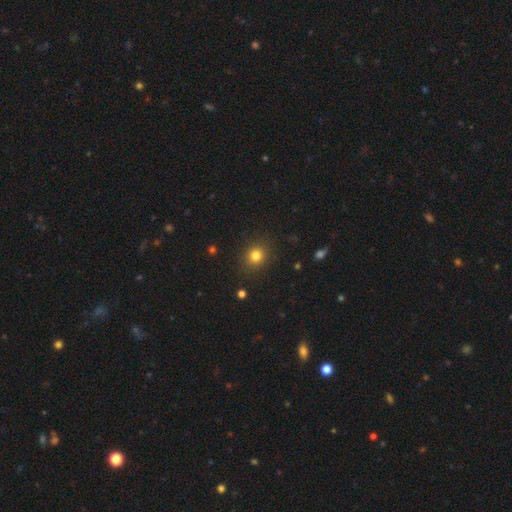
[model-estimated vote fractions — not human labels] Morphology: type=smooth (81%); roundness=round (80%); merging=none (89%).